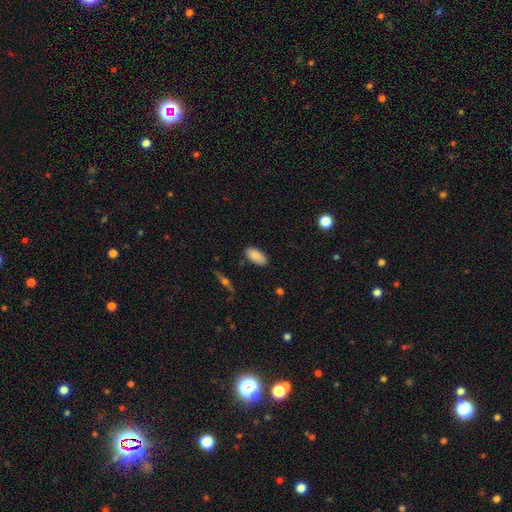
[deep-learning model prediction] smooth 86%, featured or disk 7%, star or artifact 7%. Down the decision tree: how rounded — in between (91%); merging — none (86%).